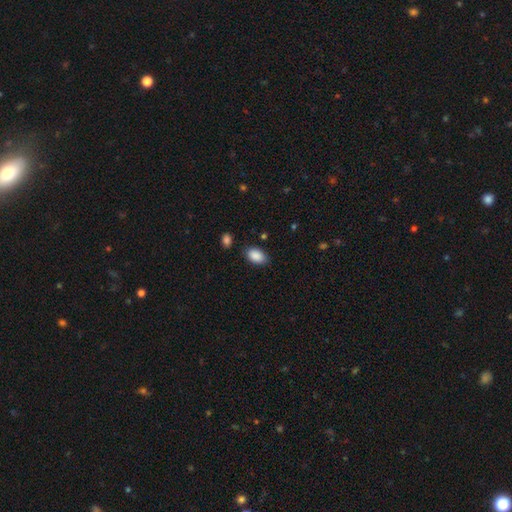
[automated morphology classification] Smooth or featured? smooth (90%)
How rounded? in between (90%)
Merging? none (82%)